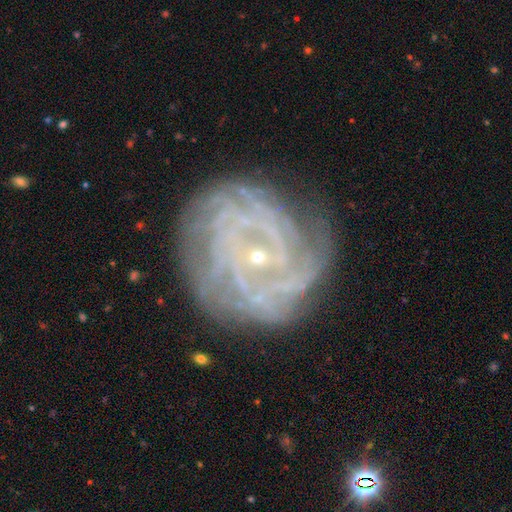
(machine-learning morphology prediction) This appears to be a featured or disk galaxy (85%) with no bar (58%), tight (77%) spiral arms (96%) and a small central bulge (86%). Merging: none (74%).